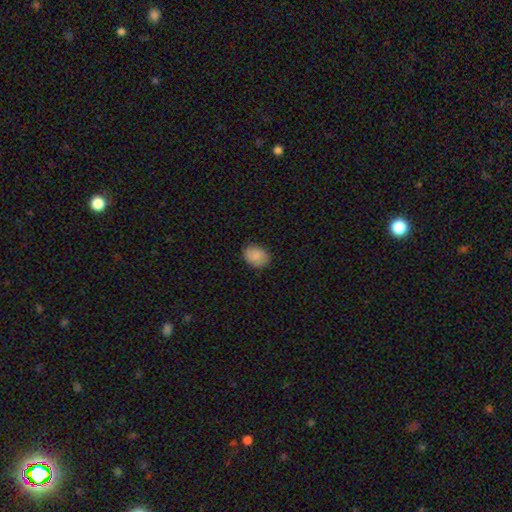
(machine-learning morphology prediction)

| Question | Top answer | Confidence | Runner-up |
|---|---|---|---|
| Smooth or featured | smooth | 85% | star or artifact (7%) |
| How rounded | in between | 72% | round (27%) |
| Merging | none | 82% | minor disturbance (15%) |